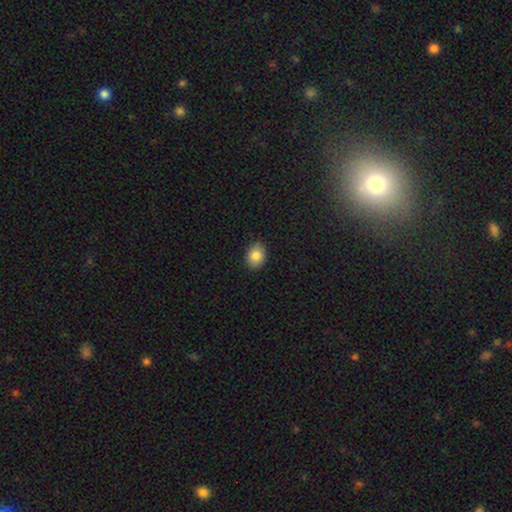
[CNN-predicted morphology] The model was most divided on "how rounded": in between: 63%, round: 36%, cigar-shaped: 1%. More confident: merging — none (88%); smooth or featured — smooth (85%).